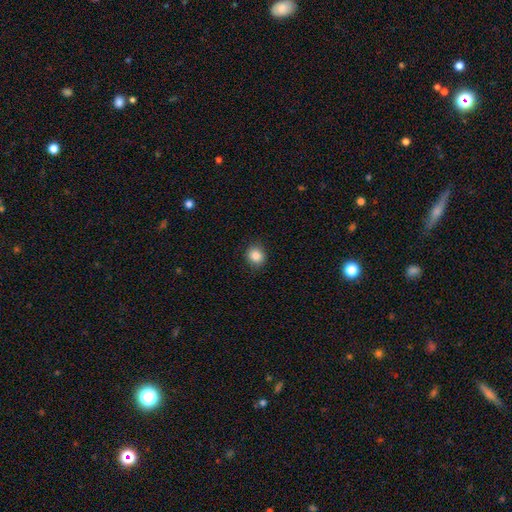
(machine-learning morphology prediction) Q: Smooth or featured?
A: smooth (85%); runner-up: star or artifact (10%)
Q: How rounded?
A: round (75%); runner-up: in between (24%)
Q: Merging?
A: none (88%); runner-up: minor disturbance (9%)